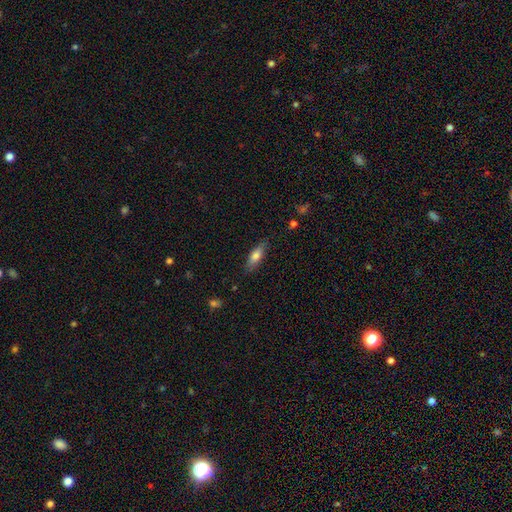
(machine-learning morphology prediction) Q: Smooth or featured?
A: smooth (72%); runner-up: featured or disk (21%)
Q: How rounded?
A: in between (58%); runner-up: cigar-shaped (39%)
Q: Merging?
A: none (82%); runner-up: minor disturbance (14%)